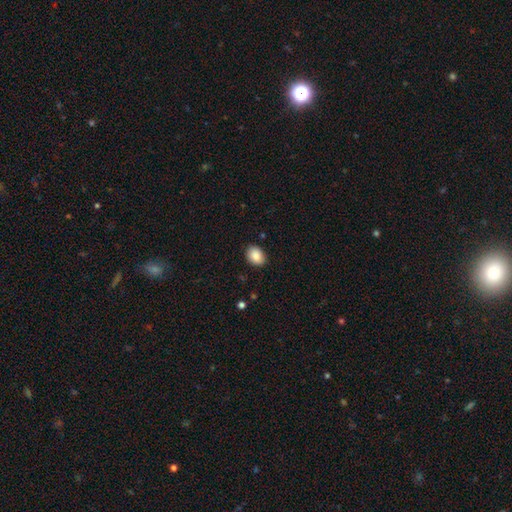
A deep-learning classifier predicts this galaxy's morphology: type=smooth (89%); roundness=in between (69%); merging=none (87%).